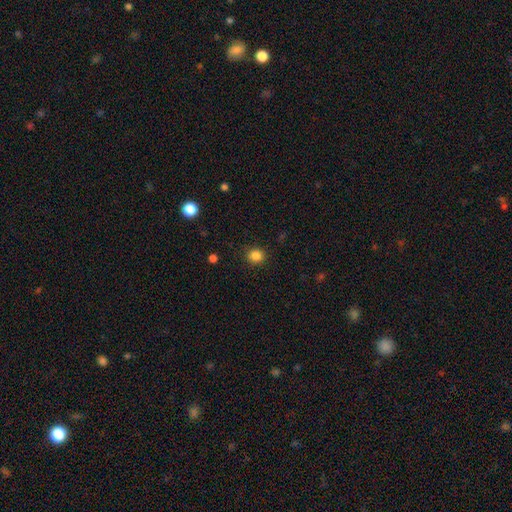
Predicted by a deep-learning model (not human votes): Smooth or featured: smooth — 85% (star or artifact — 11%)
How rounded: round — 82% (in between — 17%)
Merging: none — 89% (minor disturbance — 8%)